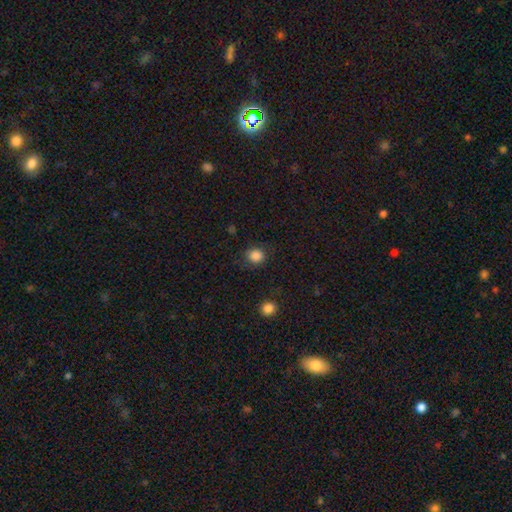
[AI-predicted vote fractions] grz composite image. It shows a smooth galaxy with no disk features (86%) that is round (79%). Merging: none (82%).